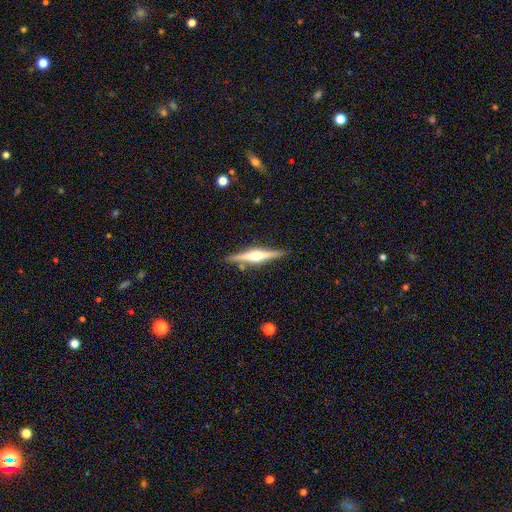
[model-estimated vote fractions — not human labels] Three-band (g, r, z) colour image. It shows a featured or disk galaxy (74%) viewed edge-on (98%) with a rounded central bulge (88%). Merging: none (87%).